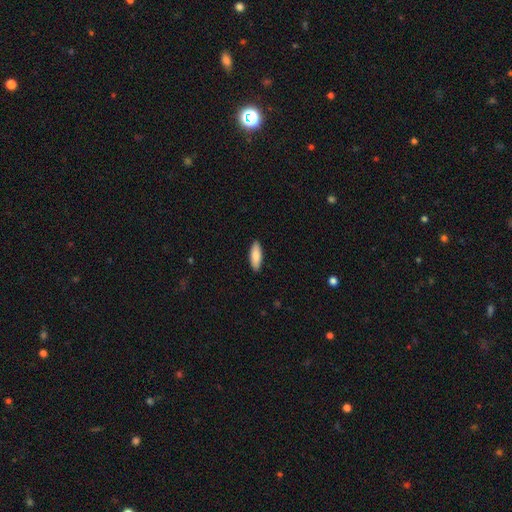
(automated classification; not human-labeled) smooth 86%, featured or disk 9%, star or artifact 5%. Down the decision tree: how rounded — in between (66%); merging — none (90%).